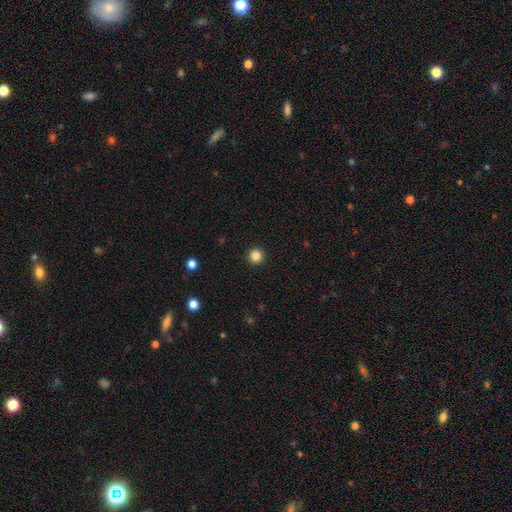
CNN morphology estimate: Smooth or featured? Predicted: smooth (p=0.85). How rounded? Predicted: round (p=0.95). Merging? Predicted: none (p=0.93).